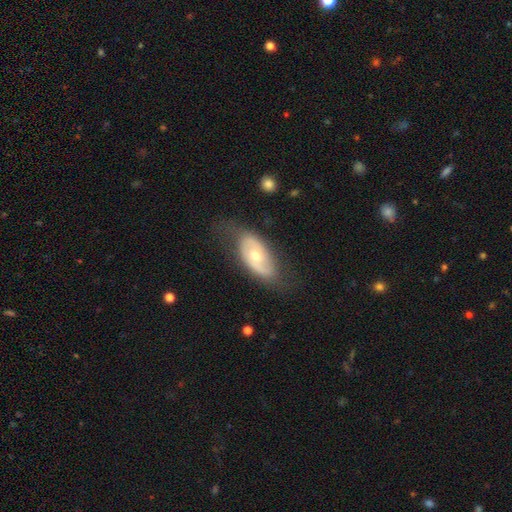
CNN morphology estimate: This is likely a featured or disk galaxy (61%). It is clearly not viewed edge-on (90%). Bar: likely no (70%). Spiral arm pattern: possibly yes (57%). Central bulge: likely moderate (66%). Merging: likely none (64%).